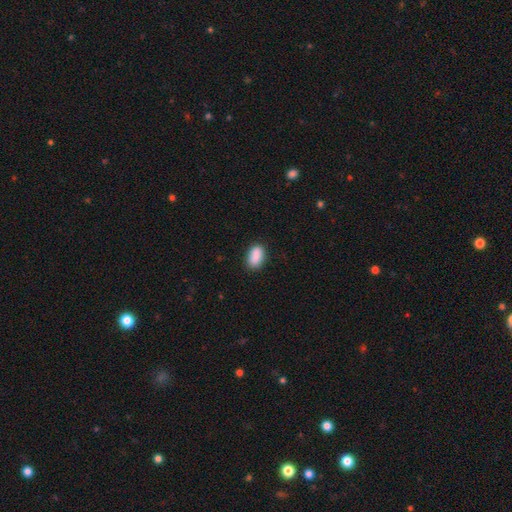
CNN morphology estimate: type=smooth (89%); roundness=in between (90%); merging=none (83%).